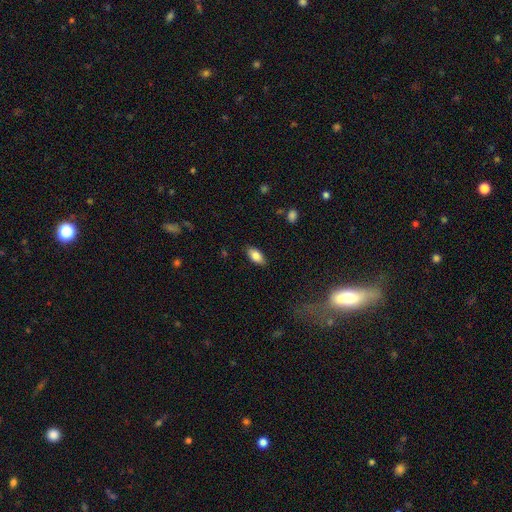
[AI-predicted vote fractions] A smooth galaxy with no disk features (84%) that is in between round and cigar-shaped (91%).

Vote fractions:
- Smooth or featured? smooth: 84% / featured or disk: 9% / star or artifact: 7%
- How rounded? in between: 91% / cigar-shaped: 6% / round: 3%
- Merging? none: 86% / minor disturbance: 10% / major disturbance: 2% / merger: 1%